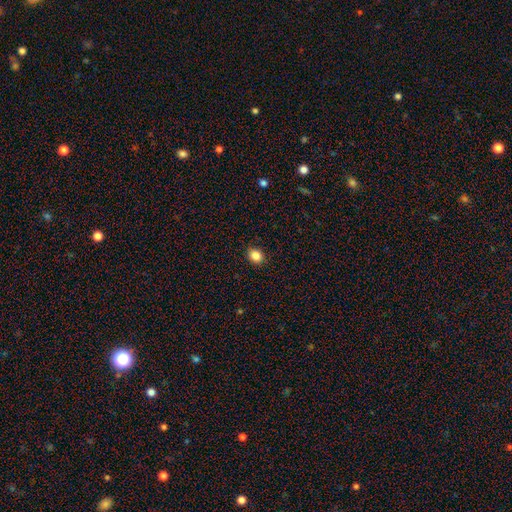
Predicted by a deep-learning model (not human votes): smooth-or-featured: smooth: 85% | star or artifact: 11% | featured or disk: 4%
  how-rounded: round: 60% | in between: 39% | cigar-shaped: 1%
  merging: none: 90% | minor disturbance: 8% | major disturbance: 2% | merger: 1%